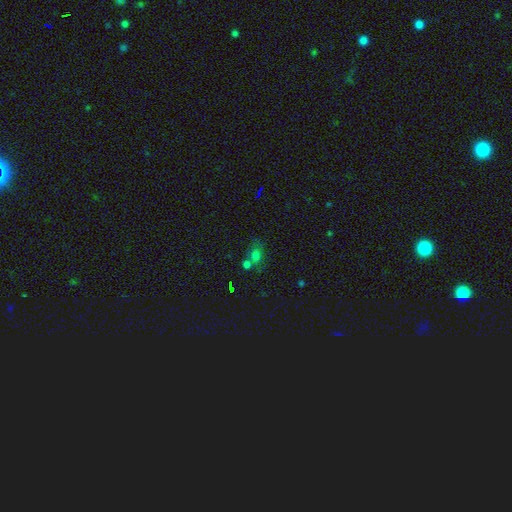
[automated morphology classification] Smooth or featured?
  - smooth: 64% *
  - star or artifact: 23%
  - featured or disk: 13%
How rounded?
  - in between: 53% *
  - round: 45%
  - cigar-shaped: 2%
Merging?
  - none: 44% *
  - merger: 35%
  - minor disturbance: 13%
  - major disturbance: 7%